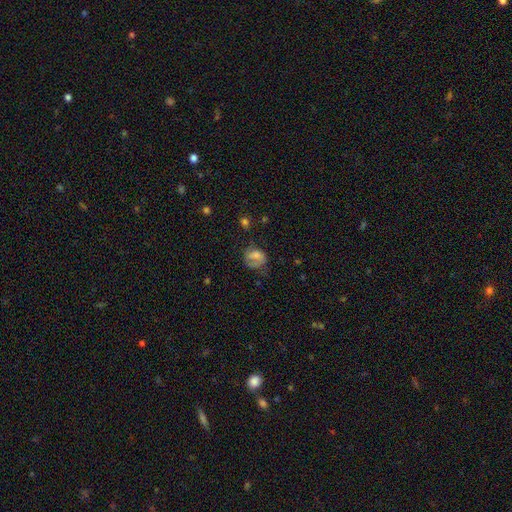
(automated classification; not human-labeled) Overall: smooth (59%; featured or disk 30%). How rounded: round (52%; in between 47%). Merging: none (38%; major disturbance 31%).